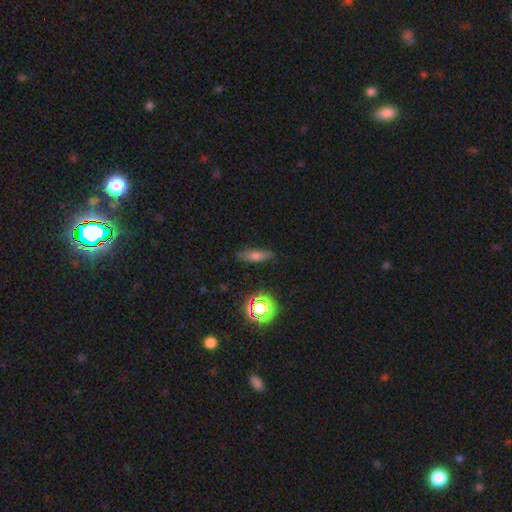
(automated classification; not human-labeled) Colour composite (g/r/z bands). It shows a smooth galaxy with no disk features (63%) that is cigar-shaped (58%). Merging: none (83%).